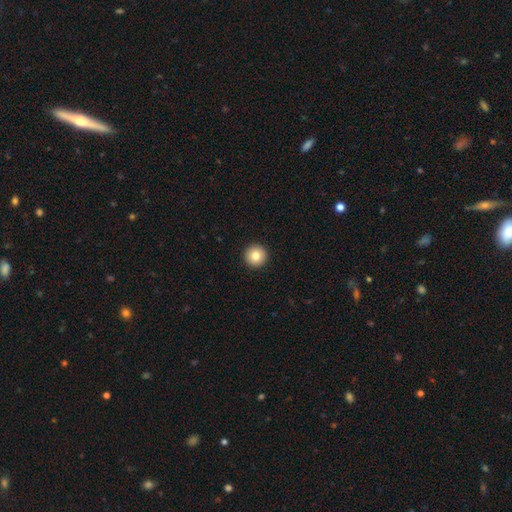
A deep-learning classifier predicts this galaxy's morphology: The model was most divided on "smooth or featured": smooth: 83%, star or artifact: 9%, featured or disk: 8%. More confident: how rounded — round (96%); merging — none (94%).